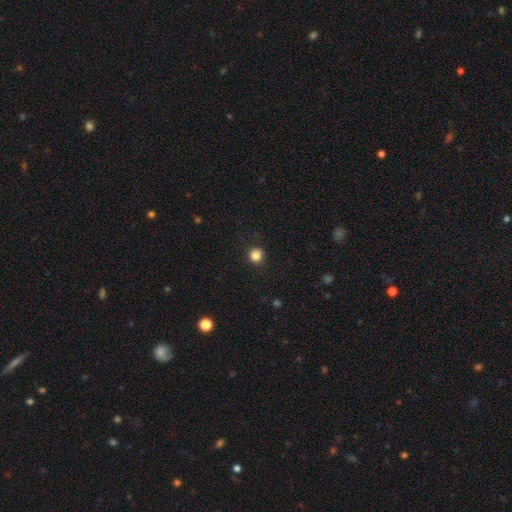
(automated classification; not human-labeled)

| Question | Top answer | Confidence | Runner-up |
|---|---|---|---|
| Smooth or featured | smooth | 85% | star or artifact (12%) |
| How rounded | round | 93% | in between (6%) |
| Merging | none | 91% | minor disturbance (6%) |